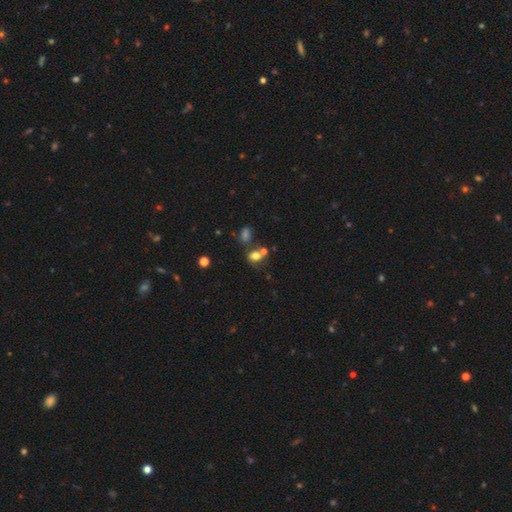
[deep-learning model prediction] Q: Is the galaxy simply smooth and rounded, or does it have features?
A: smooth — 71%.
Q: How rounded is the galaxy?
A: in between — 52%.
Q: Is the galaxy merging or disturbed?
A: none — 44%.